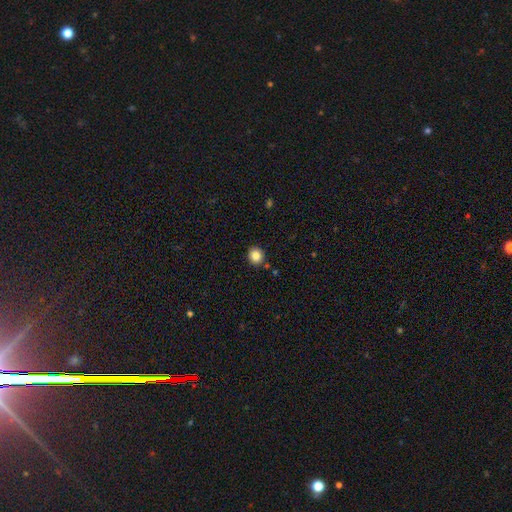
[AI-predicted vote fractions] smooth_or_featured: smooth (p=0.85) [alt: star or artifact p=0.10]
how_rounded: round (p=0.80) [alt: in between p=0.19]
merging: none (p=0.87) [alt: minor disturbance p=0.08]